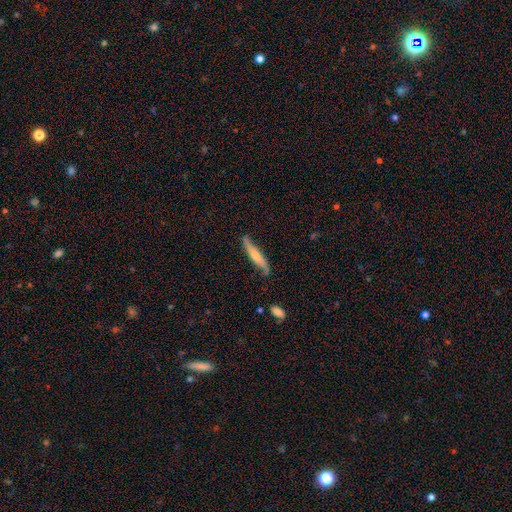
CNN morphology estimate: smooth-or-featured: smooth: 50% | featured or disk: 45% | star or artifact: 5%
  merging: none: 71% | minor disturbance: 22% | major disturbance: 4% | merger: 3%